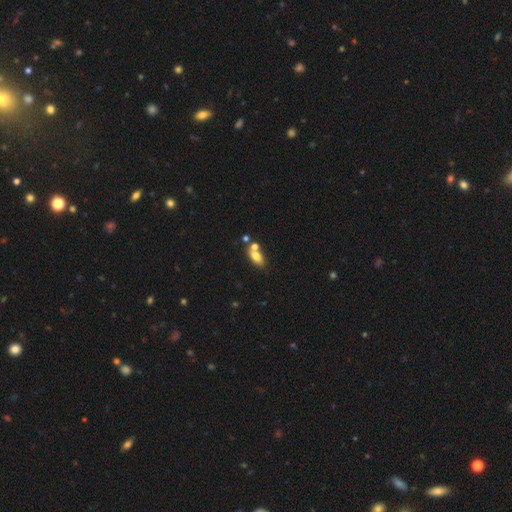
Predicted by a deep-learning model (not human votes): This is likely a smooth galaxy (75%). How rounded: clearly in between (85%). Merging: possibly none (50%).